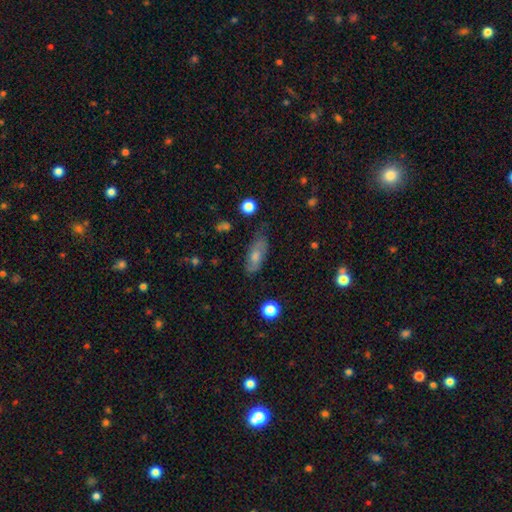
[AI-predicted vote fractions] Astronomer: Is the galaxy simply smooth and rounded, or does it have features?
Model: smooth — 61%.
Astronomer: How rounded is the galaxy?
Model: in between — 74%.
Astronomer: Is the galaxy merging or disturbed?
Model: none — 67%.